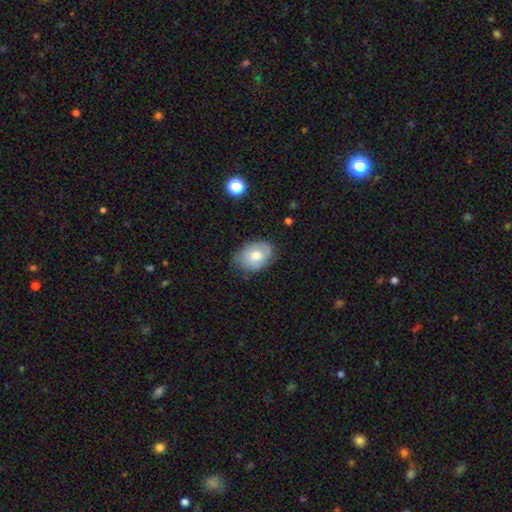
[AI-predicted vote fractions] Overall: smooth (63%; featured or disk 30%). How rounded: in between (77%). Merging: none (70%).